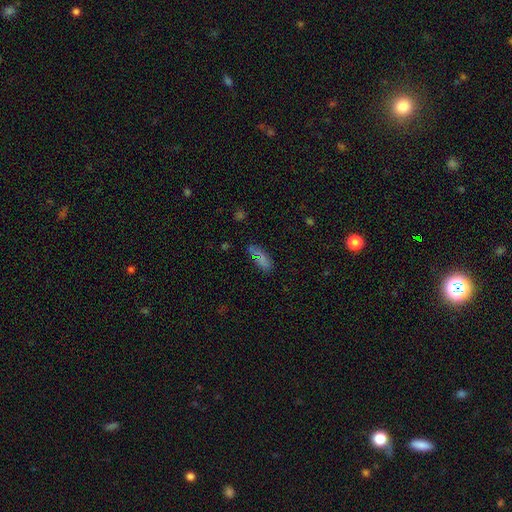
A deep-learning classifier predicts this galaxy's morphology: This is likely a smooth galaxy (65%). How rounded: likely in between (62%). Merging: likely none (71%).